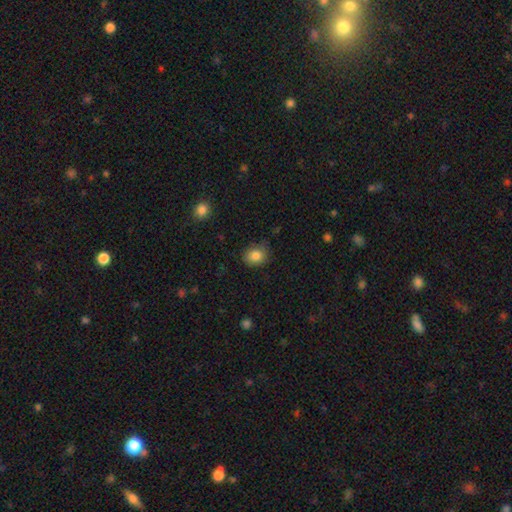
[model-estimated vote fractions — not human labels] smooth-or-featured: smooth: 83% | star or artifact: 10% | featured or disk: 7%
  how-rounded: round: 63% | in between: 36% | cigar-shaped: 1%
  merging: none: 75% | minor disturbance: 20% | major disturbance: 3% | merger: 1%